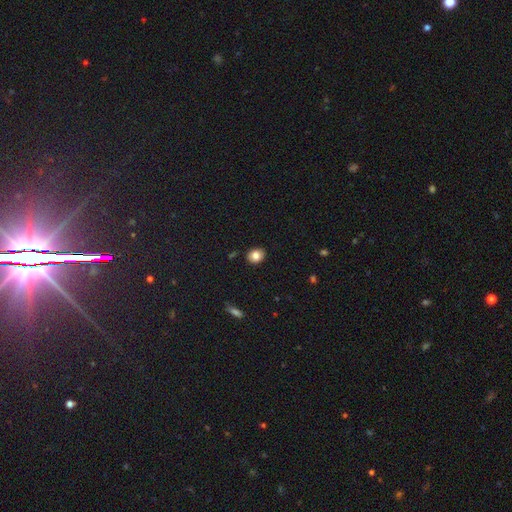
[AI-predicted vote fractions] Smooth or featured? smooth (81%)
How rounded? round (56%)
Merging? none (88%)